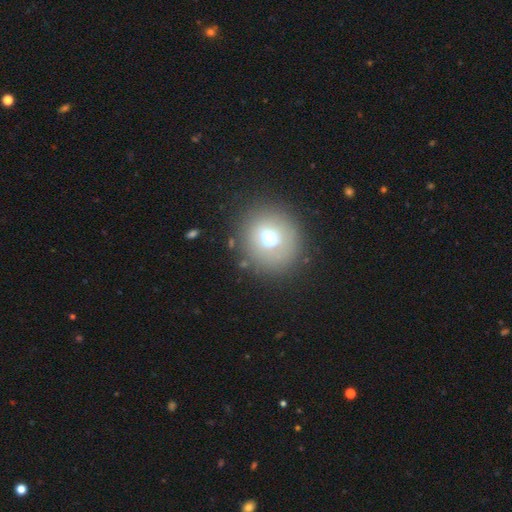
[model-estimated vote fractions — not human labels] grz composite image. It shows a smooth galaxy with no disk features (66%) that is round (88%). Merging: none (85%).